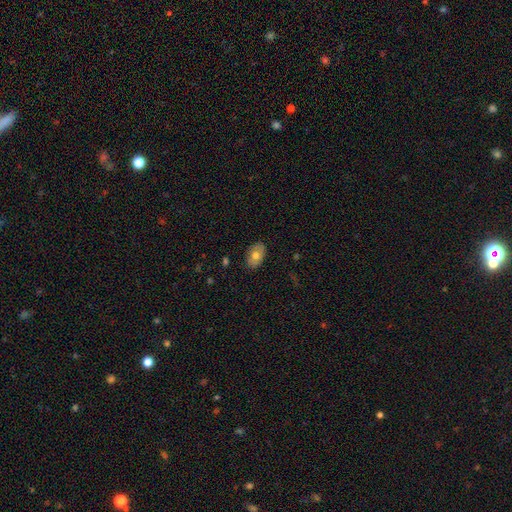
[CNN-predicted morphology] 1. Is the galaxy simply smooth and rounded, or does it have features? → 66% smooth, 27% featured or disk, 7% star or artifact.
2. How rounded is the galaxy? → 88% in between, 10% round, 1% cigar-shaped.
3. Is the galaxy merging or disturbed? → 83% none, 14% minor disturbance, 2% major disturbance, 1% merger.